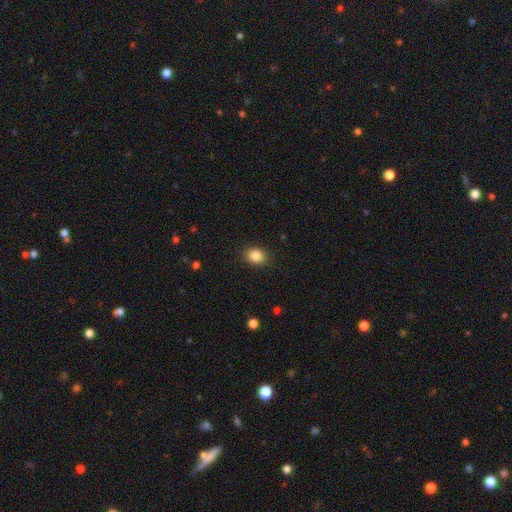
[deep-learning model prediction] Smooth or featured? smooth (85%)
How rounded? round (57%)
Merging? none (88%)